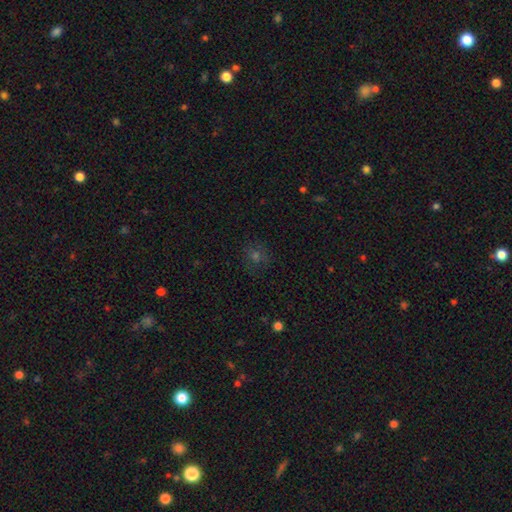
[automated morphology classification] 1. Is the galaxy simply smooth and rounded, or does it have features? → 51% smooth, 35% star or artifact, 14% featured or disk.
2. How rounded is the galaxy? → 88% round, 11% in between, 1% cigar-shaped.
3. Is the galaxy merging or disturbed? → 85% none, 10% minor disturbance, 4% major disturbance, 2% merger.